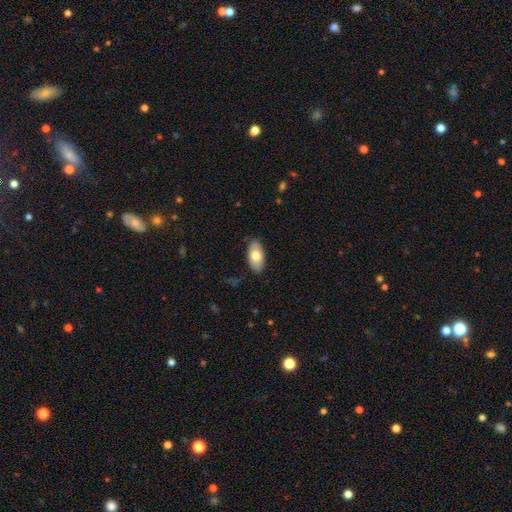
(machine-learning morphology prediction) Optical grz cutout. It shows a smooth galaxy with no disk features (75%) that is in between round and cigar-shaped (94%). Merging: none (85%).